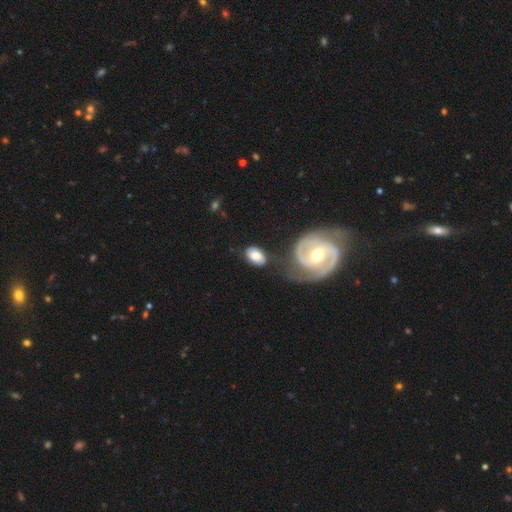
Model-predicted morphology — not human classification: The model was most divided on "merging": none: 54%, minor disturbance: 20%, merger: 15%, major disturbance: 11%. More confident: how rounded — in between (86%); smooth or featured — smooth (70%).